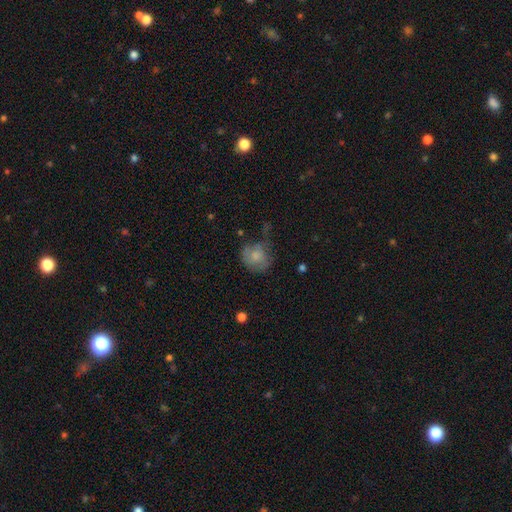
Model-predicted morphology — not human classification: Smooth or featured? smooth (72%)
How rounded? round (77%)
Merging? none (47%)